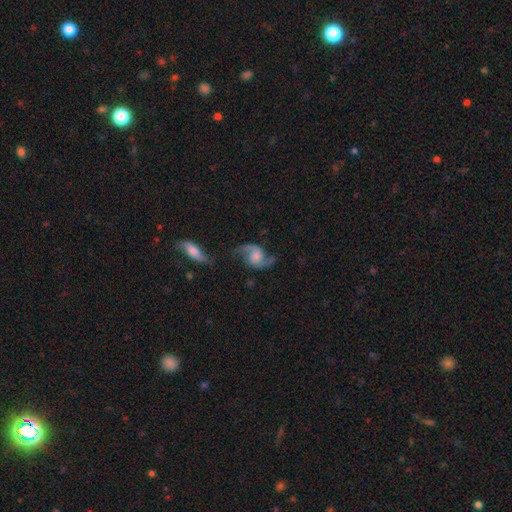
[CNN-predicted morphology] This is clearly a featured or disk galaxy (86%). It is clearly not viewed edge-on (97%). Bar: likely no (61%). Spiral arm pattern: clearly yes (97%). Spiral arm count: clearly 2 (93%). Spiral winding: possibly loose (59%). Central bulge: marginally moderate (35%). Merging: likely none (62%).